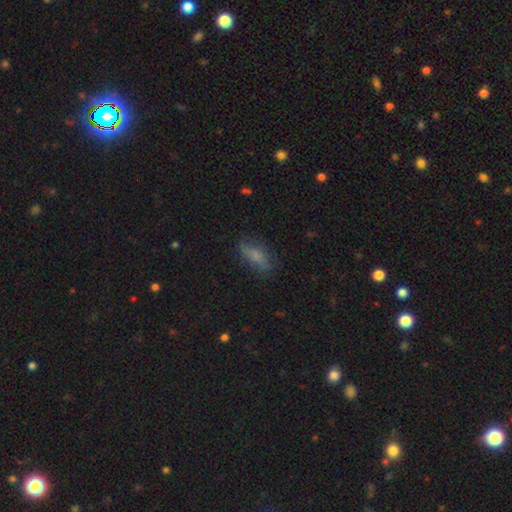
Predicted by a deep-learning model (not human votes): Smooth or featured? Predicted: smooth (p=0.70). How rounded? Predicted: in between (p=0.74). Merging? Predicted: none (p=0.67).